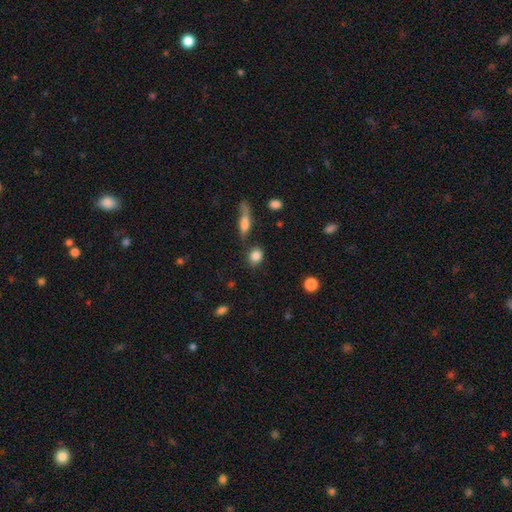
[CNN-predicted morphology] Smooth or featured?
  - smooth: 85% *
  - star or artifact: 9%
  - featured or disk: 6%
How rounded?
  - round: 69% *
  - in between: 28%
  - cigar-shaped: 3%
Merging?
  - none: 76% *
  - minor disturbance: 13%
  - merger: 7%
  - major disturbance: 4%